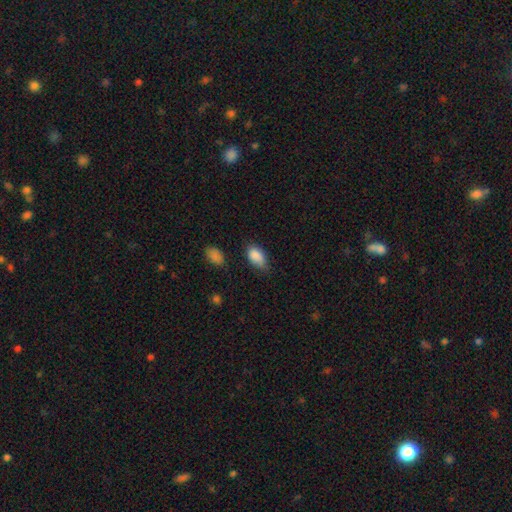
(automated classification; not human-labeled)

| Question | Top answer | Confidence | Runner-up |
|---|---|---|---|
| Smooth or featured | smooth | 87% | star or artifact (8%) |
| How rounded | in between | 91% | round (7%) |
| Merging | none | 61% | minor disturbance (31%) |